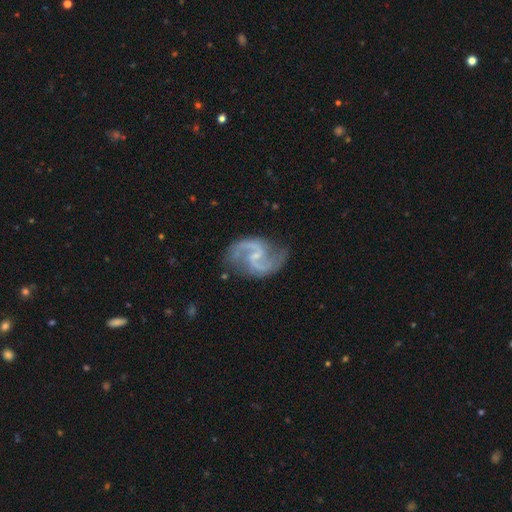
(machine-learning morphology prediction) A featured or disk galaxy (93%) with a weak bar (54%), 2 (94%) medium (54%) spiral arms (98%) and a small central bulge (65%). Merging: none (79%).